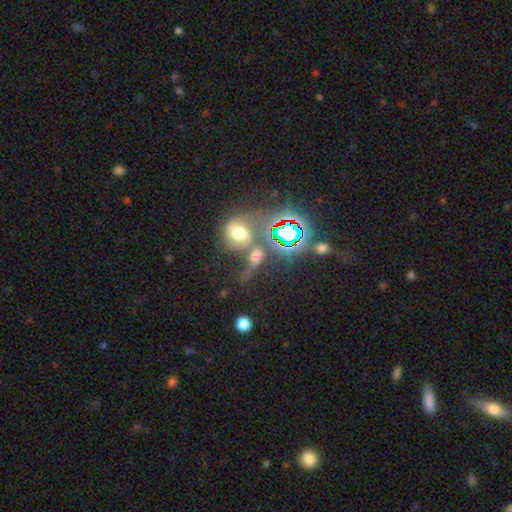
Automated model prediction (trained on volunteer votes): smooth_or_featured: smooth (p=0.46) [alt: star or artifact p=0.29]
merging: merger (p=0.40) [alt: none p=0.28]